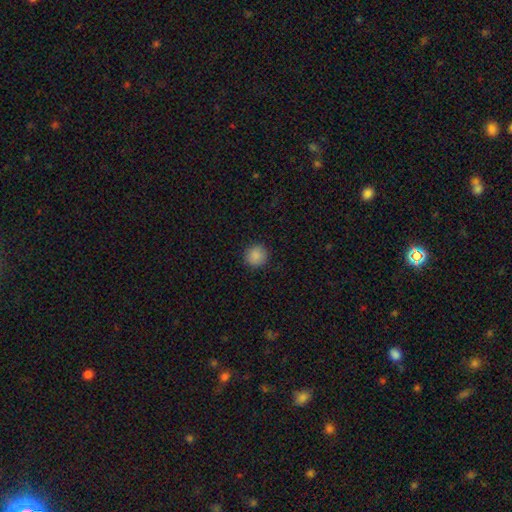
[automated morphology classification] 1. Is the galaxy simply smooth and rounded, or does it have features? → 88% smooth, 9% star or artifact, 3% featured or disk.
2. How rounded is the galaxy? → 93% round, 6% in between, 1% cigar-shaped.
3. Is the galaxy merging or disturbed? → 92% none, 5% minor disturbance, 2% major disturbance, 1% merger.